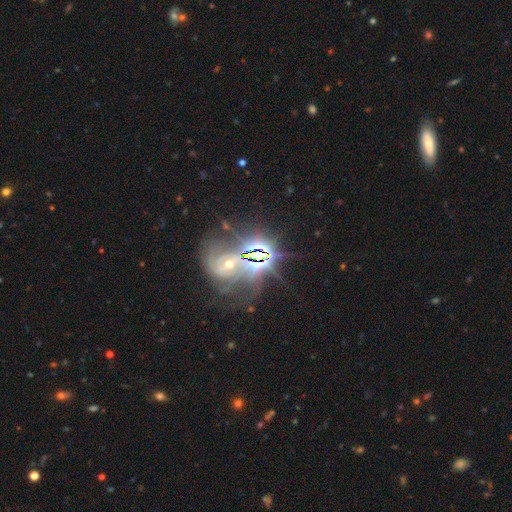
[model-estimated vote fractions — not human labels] A star or artifact, not a galaxy (60%).